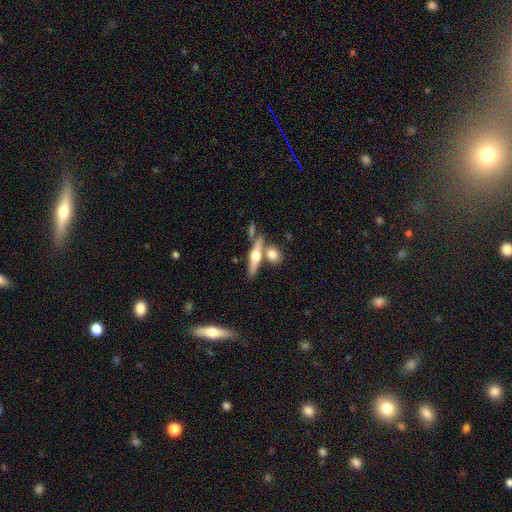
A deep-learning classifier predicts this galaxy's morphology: type=featured or disk (62%); edge-on=yes (93%); edge-on bulge=rounded (94%); merging=none (63%).